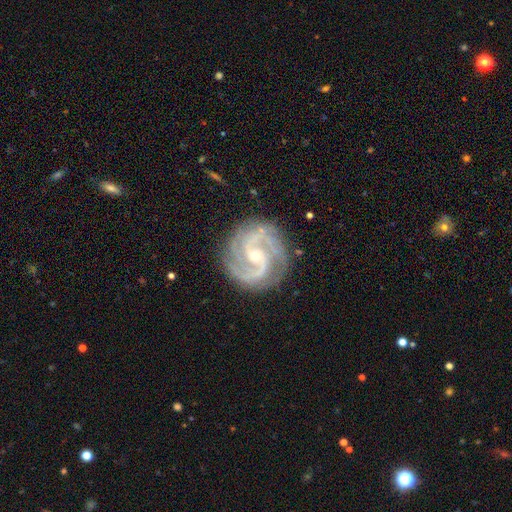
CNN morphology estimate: This is clearly a featured or disk galaxy (92%). It is clearly not viewed edge-on (98%). Bar: possibly no (50%). Spiral arm pattern: clearly yes (99%). Spiral arm count: possibly 2 (52%). Spiral winding: possibly tight (47%). Central bulge: likely small (72%). Merging: clearly none (81%).